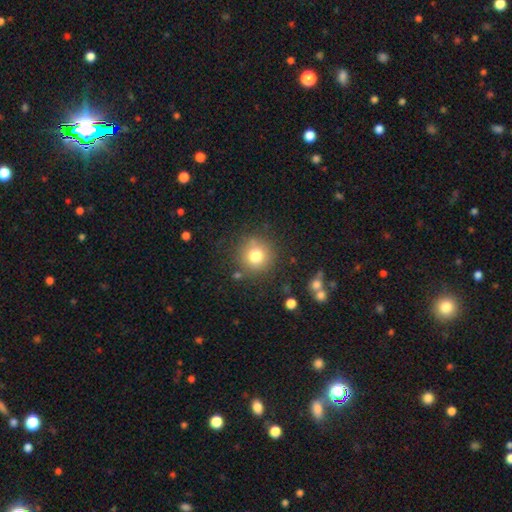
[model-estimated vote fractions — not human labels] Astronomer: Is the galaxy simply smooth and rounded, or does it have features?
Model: smooth — 77%.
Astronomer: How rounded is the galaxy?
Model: round — 94%.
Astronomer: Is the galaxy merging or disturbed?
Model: none — 83%.